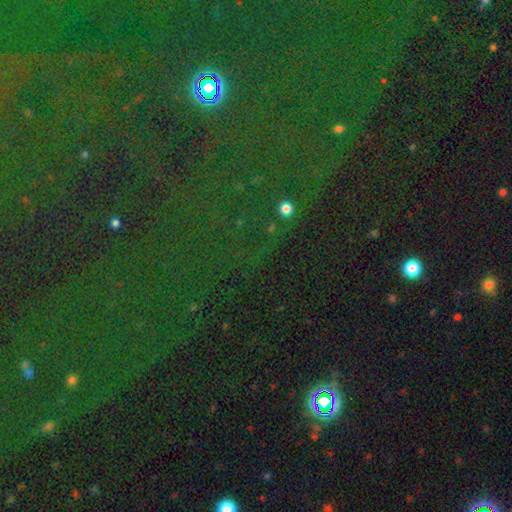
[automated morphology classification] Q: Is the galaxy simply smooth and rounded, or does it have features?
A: star or artifact — 81%.